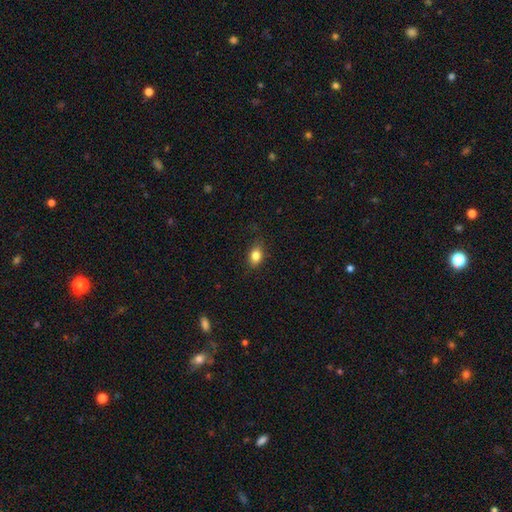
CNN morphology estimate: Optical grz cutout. It shows a smooth galaxy with no disk features (84%) that is in between round and cigar-shaped (78%). Merging: none (82%).